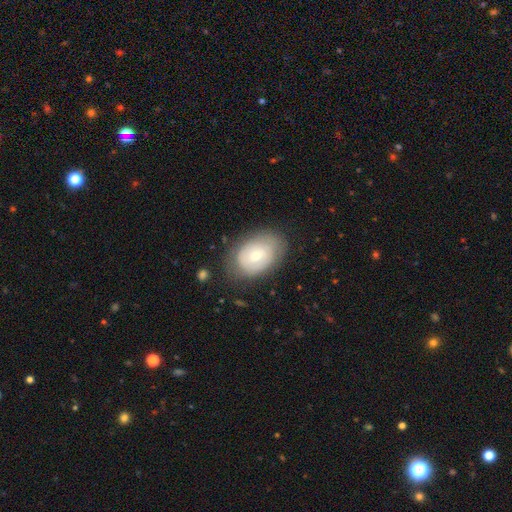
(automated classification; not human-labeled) Morphology: type=smooth (51%); roundness=in between (80%); merging=none (71%).